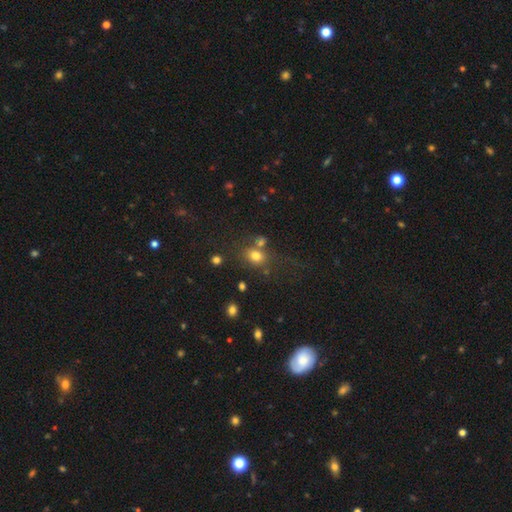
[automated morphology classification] This is likely a smooth galaxy (76%). How rounded: possibly in between (50%). Merging: possibly none (55%).